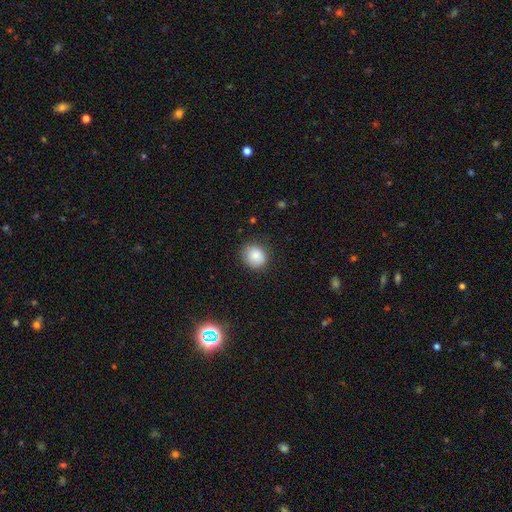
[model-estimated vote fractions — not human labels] Smooth or featured?
  - smooth: 84% *
  - star or artifact: 9%
  - featured or disk: 7%
How rounded?
  - round: 75% *
  - in between: 24%
  - cigar-shaped: 1%
Merging?
  - none: 81% *
  - minor disturbance: 14%
  - major disturbance: 3%
  - merger: 1%